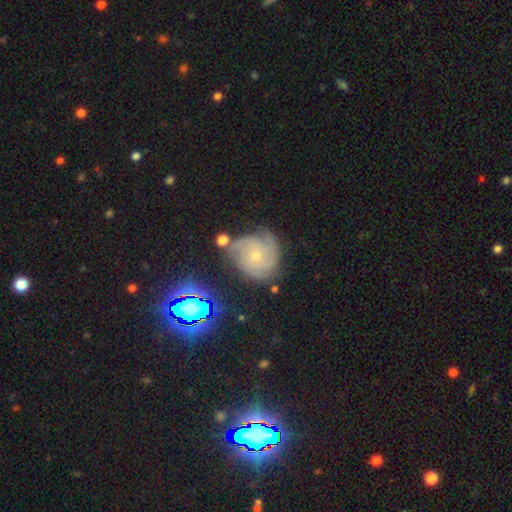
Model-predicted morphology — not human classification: smooth-or-featured: featured or disk: 78% | star or artifact: 12% | smooth: 11%
  disk-edge-on: no: 98% | yes: 2%
    bar: no: 80% | weak: 16% | strong: 4%
    has-spiral-arms: yes: 96% | no: 4%
      spiral-winding: tight: 66% | medium: 28% | loose: 6%
      spiral-arm-count: 3: 47% | 4: 17% | can't tell: 16% | 2: 11% | more than 4: 5% | 1: 5%
    bulge-size: small: 65% | moderate: 32% | none: 1% | large: 1% | dominant: 1%
  merging: none: 60% | minor disturbance: 25% | major disturbance: 10% | merger: 6%